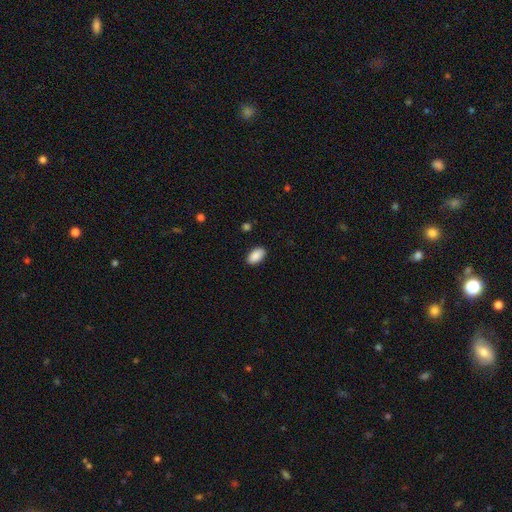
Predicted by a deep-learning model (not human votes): Morphology: type=smooth (90%); roundness=in between (94%); merging=none (89%).